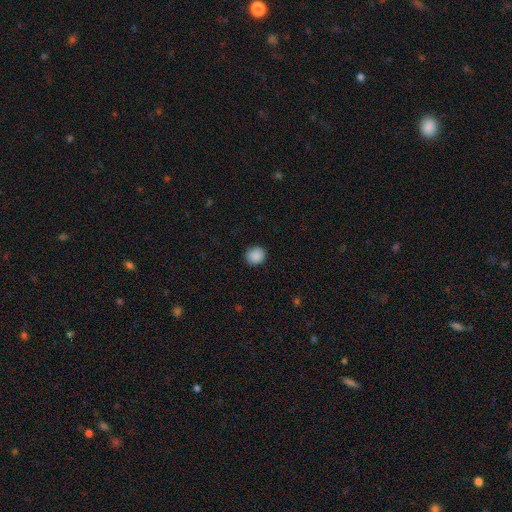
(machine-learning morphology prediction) The model was most divided on "how rounded": round: 86%, in between: 14%, cigar-shaped: 1%. More confident: merging — none (90%); smooth or featured — smooth (89%).